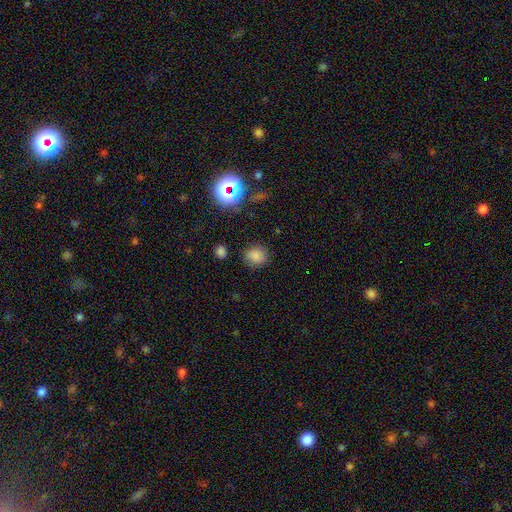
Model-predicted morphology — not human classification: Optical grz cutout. It shows a smooth galaxy with no disk features (77%) that is round (74%). Merging: none (82%).